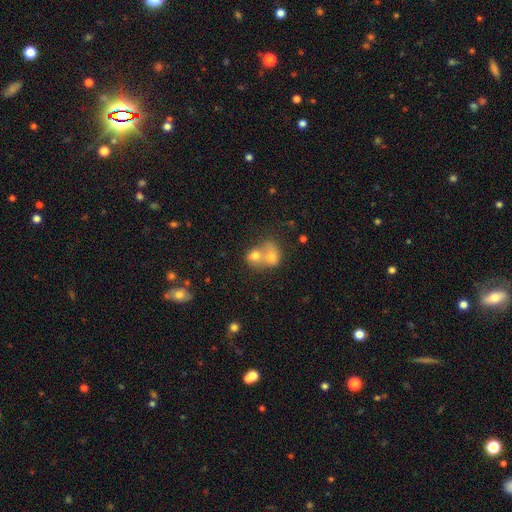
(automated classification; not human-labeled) A smooth galaxy with no disk features (56%) that is round (71%).

Vote fractions:
- Smooth or featured? smooth: 56% / star or artifact: 26% / featured or disk: 18%
- How rounded? round: 71% / in between: 27% / cigar-shaped: 2%
- Merging? merger: 51% / none: 37% / minor disturbance: 7% / major disturbance: 5%